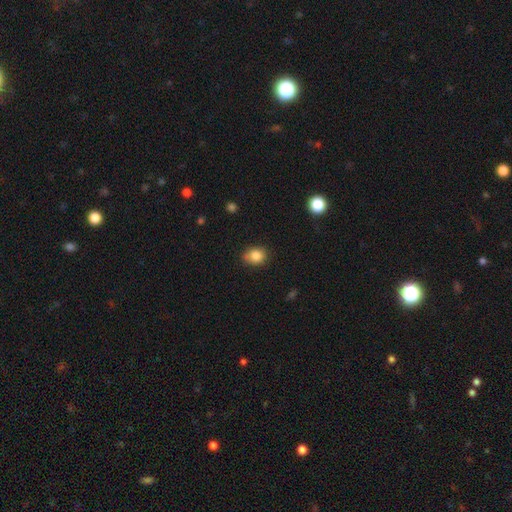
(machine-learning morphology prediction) Overall: smooth (85%). How rounded: round (56%; in between 43%). Merging: none (71%).